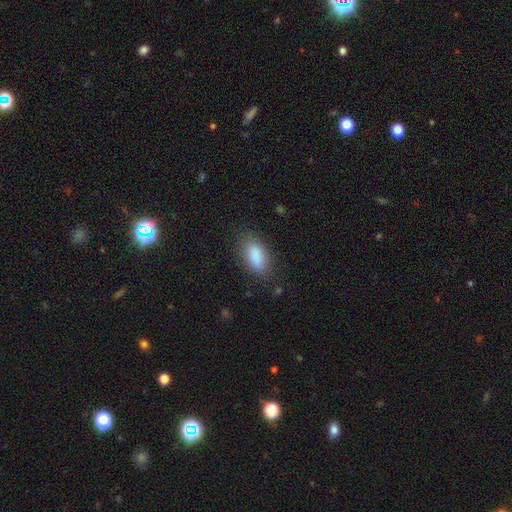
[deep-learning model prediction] Morphology: type=smooth (87%); roundness=in between (89%); merging=none (78%).